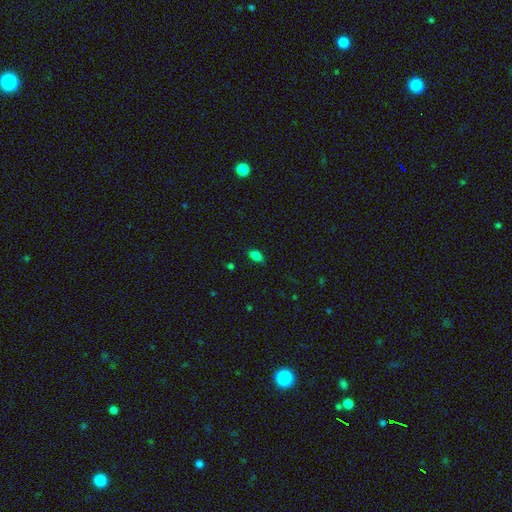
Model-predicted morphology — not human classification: type=smooth (81%); roundness=in between (87%); merging=none (81%).